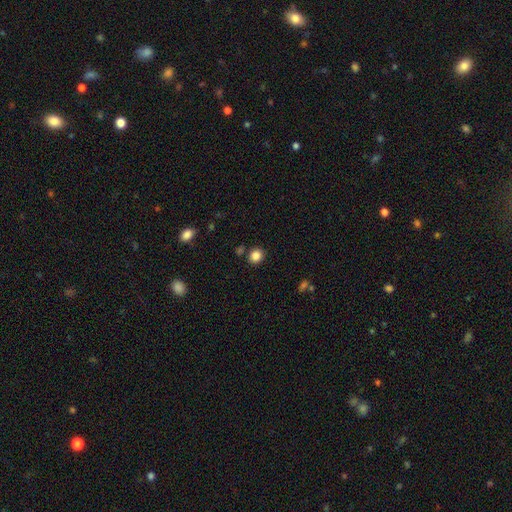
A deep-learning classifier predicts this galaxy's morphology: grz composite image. It shows a smooth galaxy with no disk features (85%) that is round (83%). Merging: none (85%).